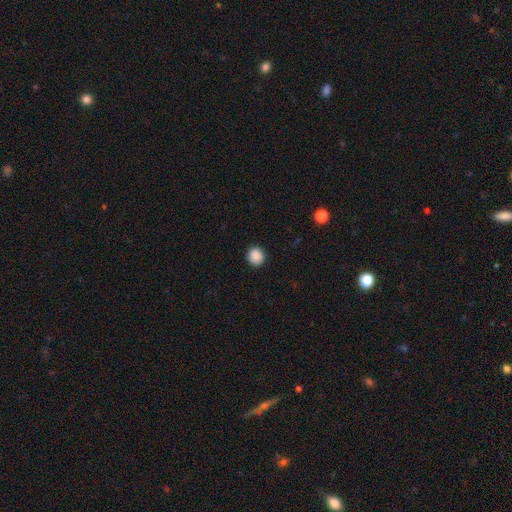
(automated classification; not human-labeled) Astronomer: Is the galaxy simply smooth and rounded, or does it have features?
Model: smooth — 88%.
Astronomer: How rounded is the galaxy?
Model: round — 91%.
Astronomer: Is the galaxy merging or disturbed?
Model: none — 91%.